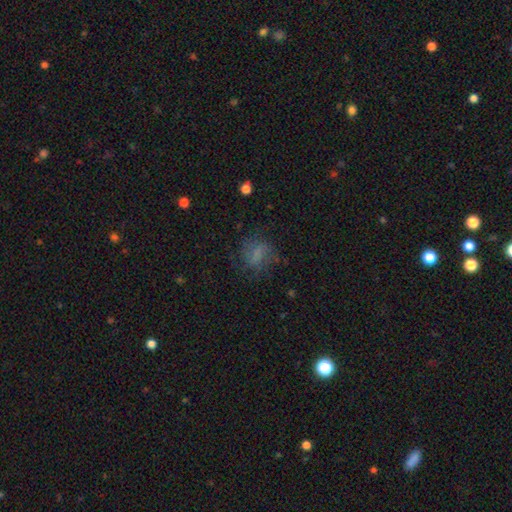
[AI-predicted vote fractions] Q: Smooth or featured?
A: smooth (56%); runner-up: featured or disk (29%)
Q: How rounded?
A: round (49%); runner-up: in between (48%)
Q: Merging?
A: none (61%); runner-up: minor disturbance (20%)